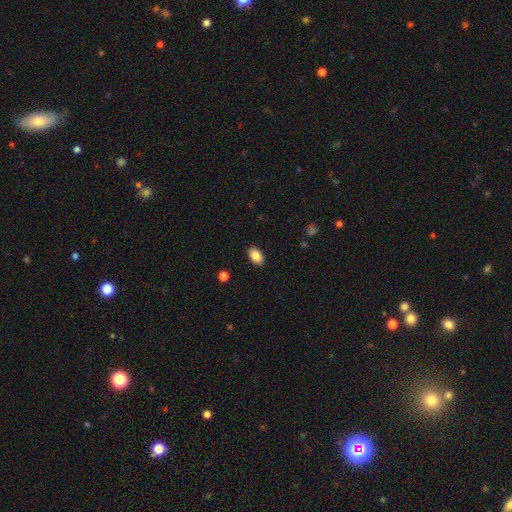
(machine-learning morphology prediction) smooth 87%, star or artifact 8%, featured or disk 5%. Down the decision tree: how rounded — in between (91%); merging — none (89%).